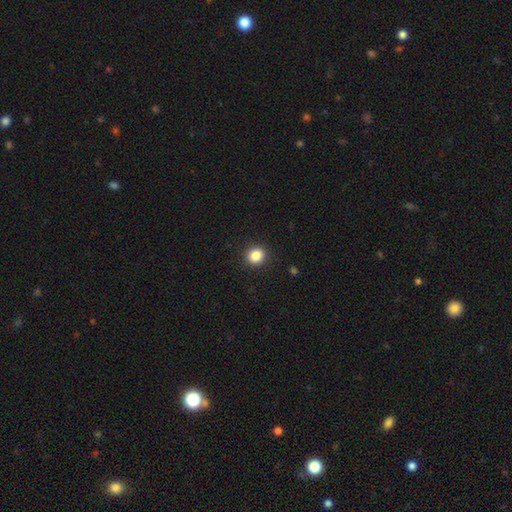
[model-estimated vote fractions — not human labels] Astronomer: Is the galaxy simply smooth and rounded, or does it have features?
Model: smooth — 86%.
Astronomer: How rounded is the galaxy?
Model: round — 77%.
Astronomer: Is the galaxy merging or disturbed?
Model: none — 91%.